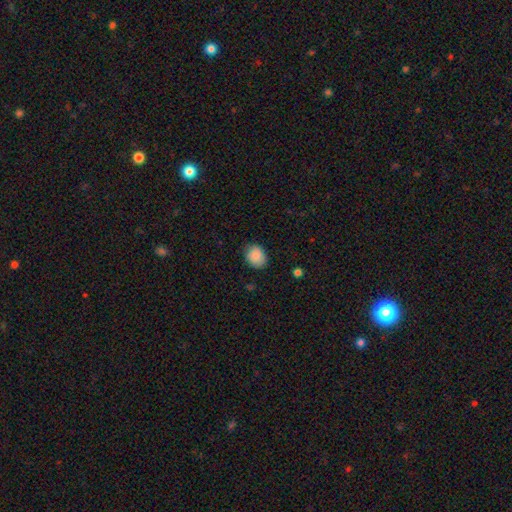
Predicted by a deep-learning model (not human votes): Smooth or featured? smooth (88%)
How rounded? in between (54%)
Merging? none (83%)